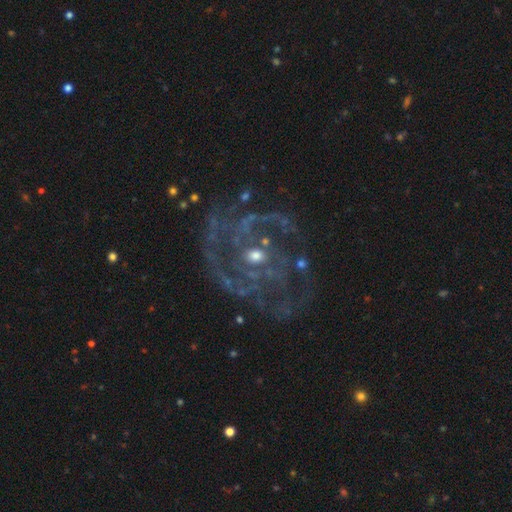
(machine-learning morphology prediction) Overall: featured or disk (88%). Edge-on disk: no (98%). Bar: no (71%). Spiral arms: yes (92%). Spiral arm count: 2 (30%; 3 22%). Spiral winding: tight (45%; medium 42%). Bulge size: small (50%; moderate 44%). Merging: none (64%).